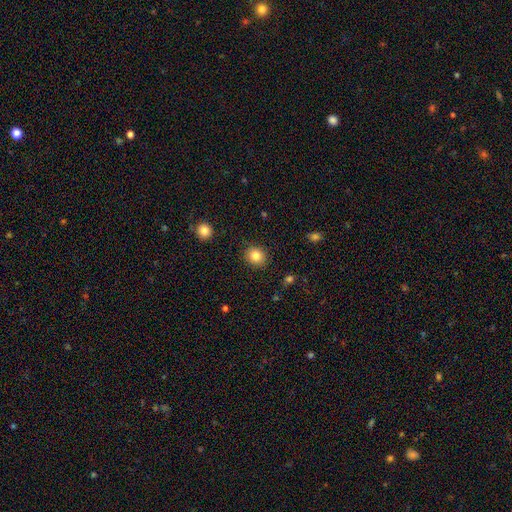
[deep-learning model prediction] A smooth galaxy with no disk features (83%) that is round (77%).

Vote fractions:
- Smooth or featured? smooth: 83% / star or artifact: 10% / featured or disk: 7%
- How rounded? round: 77% / in between: 22% / cigar-shaped: 1%
- Merging? none: 89% / minor disturbance: 8% / major disturbance: 2% / merger: 1%